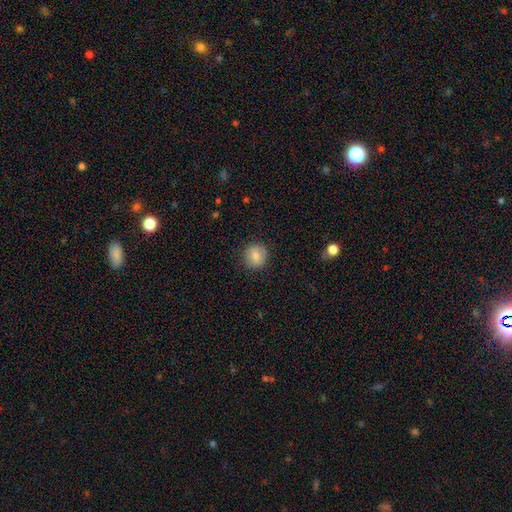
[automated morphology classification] Overall: smooth (81%). How rounded: round (90%). Merging: none (88%).